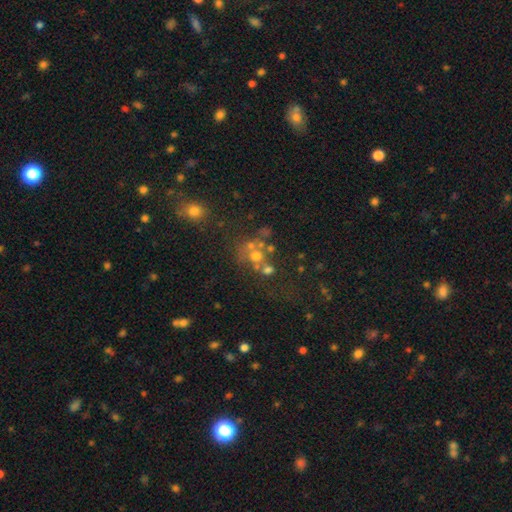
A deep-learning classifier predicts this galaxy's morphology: A smooth galaxy with no disk features (46%). Merging: none (43%).